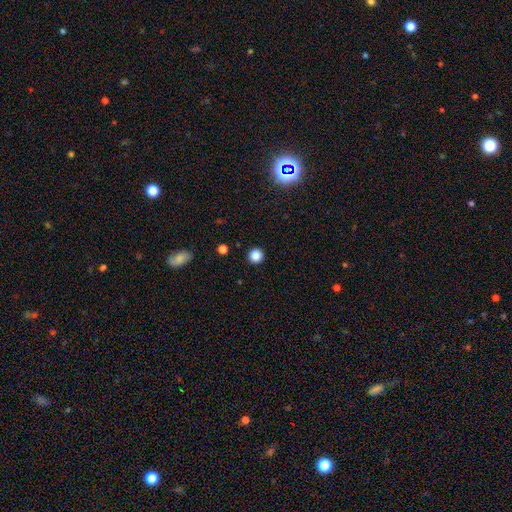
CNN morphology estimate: The model was most divided on "smooth or featured": smooth: 85%, star or artifact: 12%, featured or disk: 3%. More confident: how rounded — round (96%); merging — none (93%).